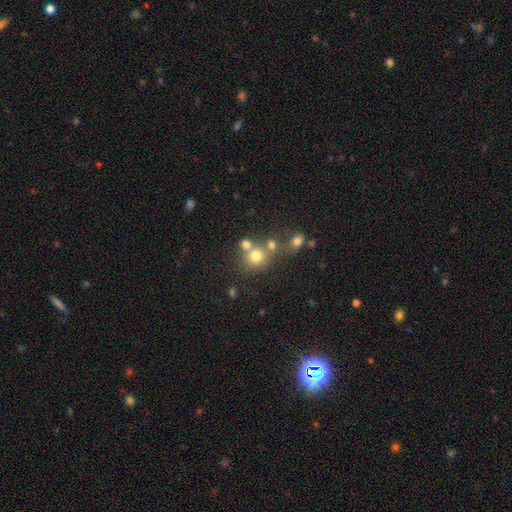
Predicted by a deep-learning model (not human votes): Smooth or featured? smooth (72%)
How rounded? round (84%)
Merging? none (52%)